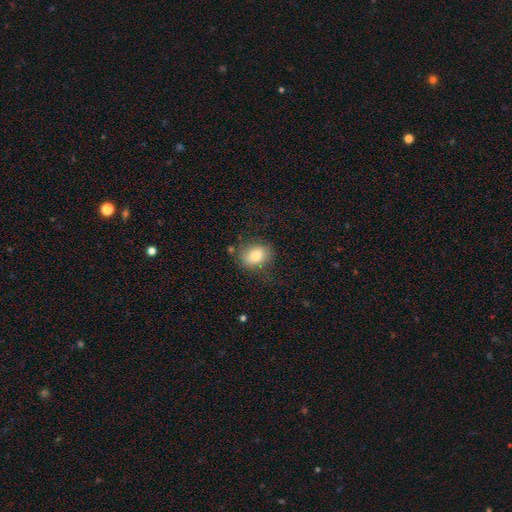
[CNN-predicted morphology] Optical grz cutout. It shows a smooth galaxy with no disk features (81%) that is in between round and cigar-shaped (64%). Merging: none (69%).